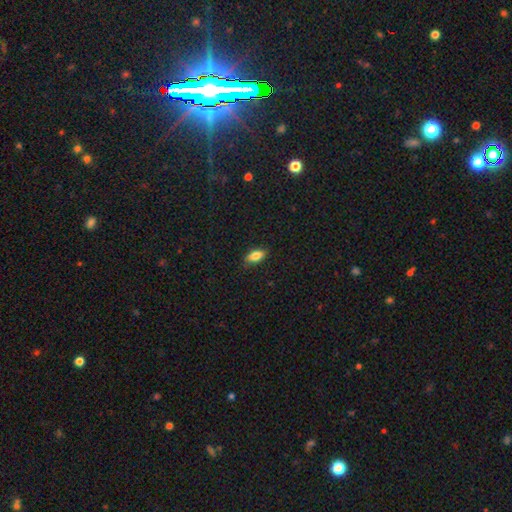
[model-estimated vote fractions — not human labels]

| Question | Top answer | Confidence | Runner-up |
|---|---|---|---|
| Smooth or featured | smooth | 85% | star or artifact (8%) |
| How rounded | in between | 88% | cigar-shaped (9%) |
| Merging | none | 85% | minor disturbance (11%) |